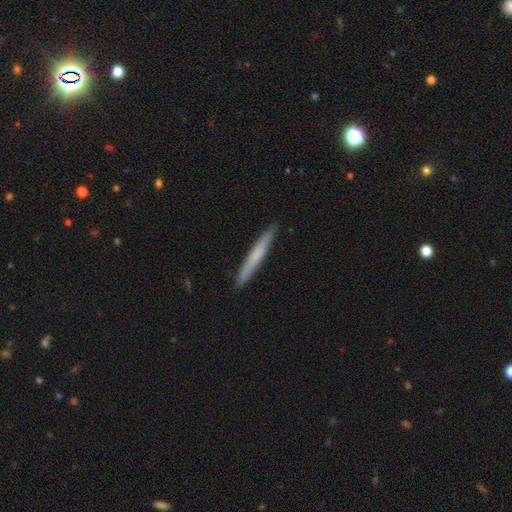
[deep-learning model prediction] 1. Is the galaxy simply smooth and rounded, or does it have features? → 62% smooth, 32% featured or disk, 6% star or artifact.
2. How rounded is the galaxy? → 97% cigar-shaped, 2% in between, 1% round.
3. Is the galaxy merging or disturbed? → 91% none, 6% minor disturbance, 1% major disturbance, 1% merger.